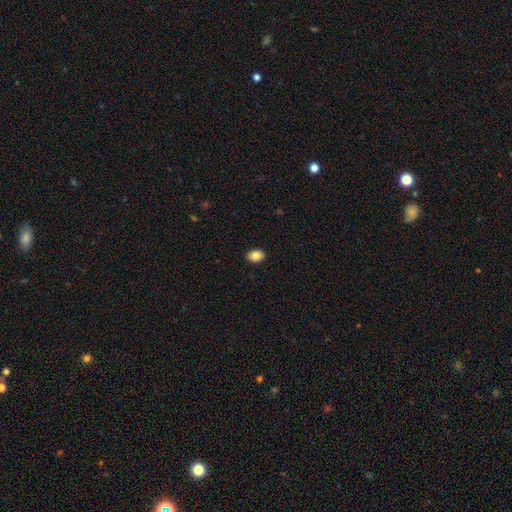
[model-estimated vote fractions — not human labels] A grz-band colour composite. It shows a smooth galaxy with no disk features (85%) that is in between round and cigar-shaped (78%). Merging: none (90%).